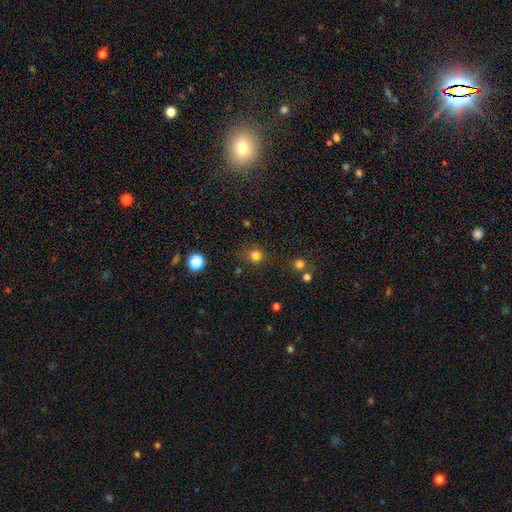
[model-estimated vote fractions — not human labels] smooth 78%, star or artifact 17%, featured or disk 5%. Down the decision tree: how rounded — round (90%); merging — none (81%).